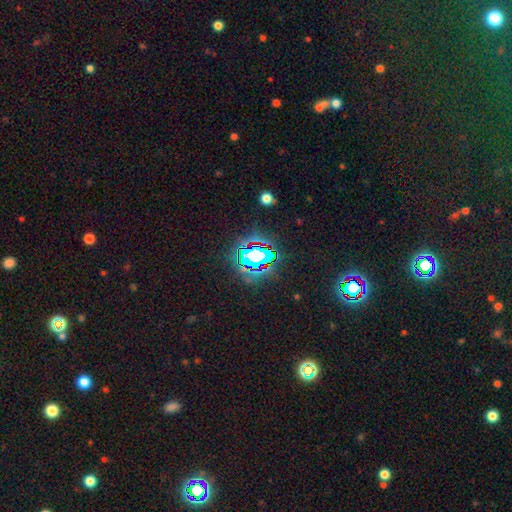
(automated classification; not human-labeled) Smooth or featured? Predicted: star or artifact (p=0.66).